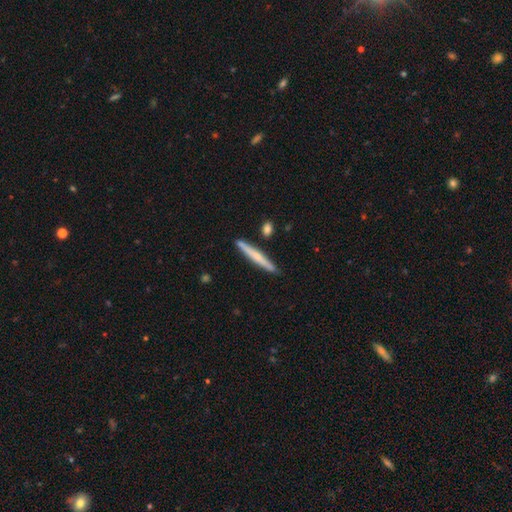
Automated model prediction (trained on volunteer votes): smooth-or-featured: smooth: 54% | featured or disk: 41% | star or artifact: 5%
  how-rounded: cigar-shaped: 96% | in between: 3% | round: 1%
  merging: none: 87% | minor disturbance: 8% | merger: 3% | major disturbance: 2%